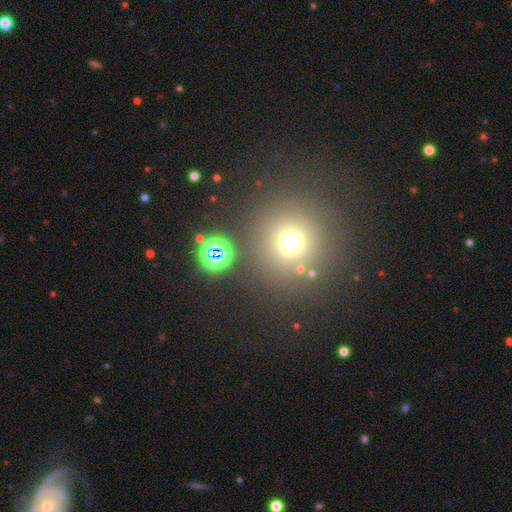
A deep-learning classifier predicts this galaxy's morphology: Q: Smooth or featured?
A: smooth (63%); runner-up: star or artifact (28%)
Q: How rounded?
A: round (94%); runner-up: in between (5%)
Q: Merging?
A: none (80%); runner-up: minor disturbance (8%)